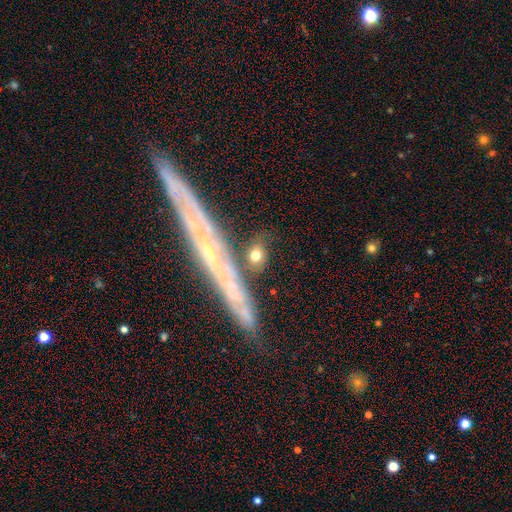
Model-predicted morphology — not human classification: Smooth or featured? smooth (68%)
How rounded? round (49%)
Merging? none (77%)